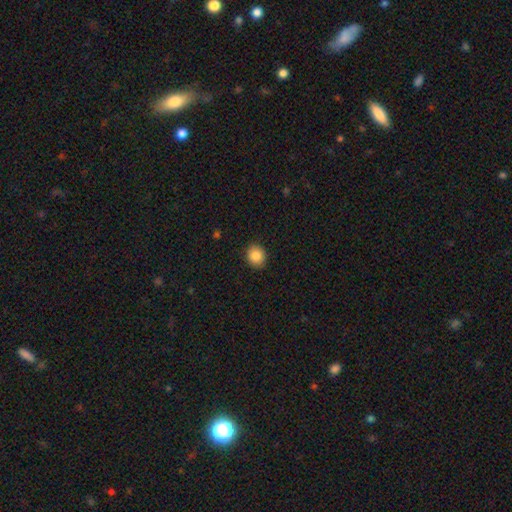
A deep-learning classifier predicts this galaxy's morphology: Smooth or featured: smooth — 86% (star or artifact — 9%)
How rounded: round — 74% (in between — 26%)
Merging: none — 90% (minor disturbance — 7%)